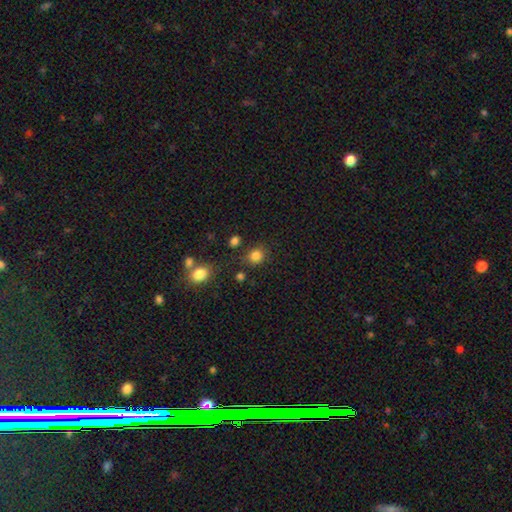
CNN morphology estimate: smooth-or-featured: smooth: 83% | star or artifact: 13% | featured or disk: 5%
  how-rounded: round: 79% | in between: 20% | cigar-shaped: 1%
  merging: none: 77% | minor disturbance: 12% | merger: 6% | major disturbance: 4%